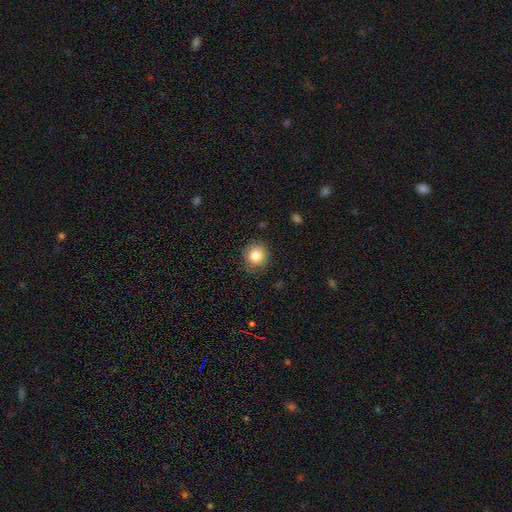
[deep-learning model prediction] smooth_or_featured: smooth (p=0.82) [alt: star or artifact p=0.11]
how_rounded: round (p=0.92) [alt: in between p=0.07]
merging: none (p=0.89) [alt: minor disturbance p=0.08]